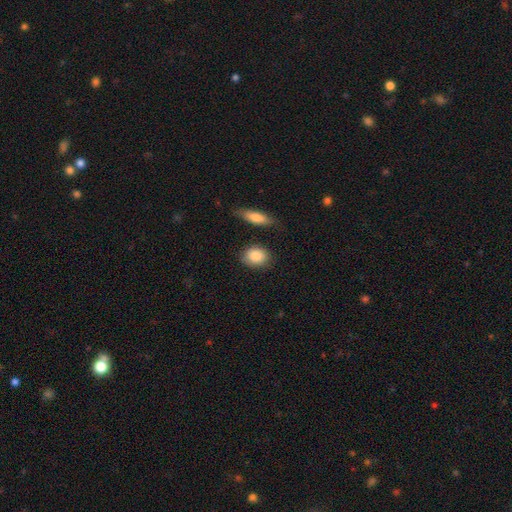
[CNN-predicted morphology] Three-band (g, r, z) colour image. It shows a smooth galaxy with no disk features (86%) that is in between round and cigar-shaped (55%). Merging: none (82%).